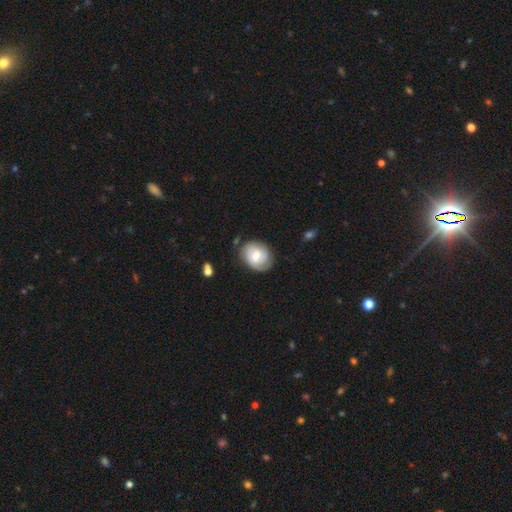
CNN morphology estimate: Smooth or featured: smooth — 53% (featured or disk — 40%)
How rounded: in between — 50% (round — 49%)
Merging: none — 73% (minor disturbance — 20%)